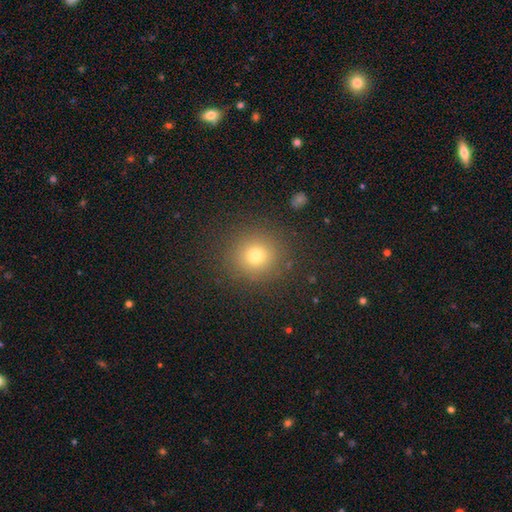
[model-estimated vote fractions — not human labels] Smooth or featured? Predicted: smooth (p=0.73). How rounded? Predicted: round (p=0.91). Merging? Predicted: none (p=0.89).